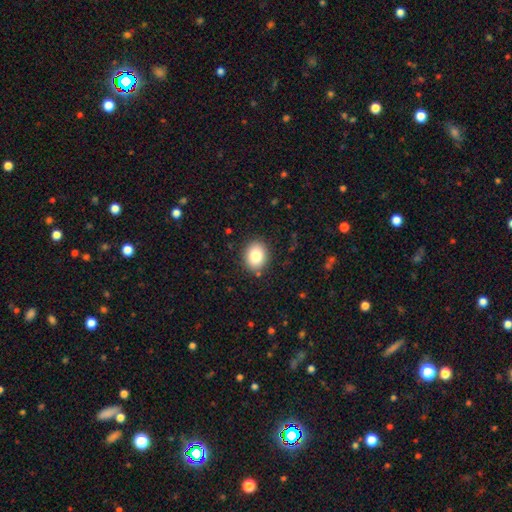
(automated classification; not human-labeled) Smooth or featured: smooth — 82% (star or artifact — 9%)
How rounded: round — 51% (in between — 48%)
Merging: none — 88% (minor disturbance — 8%)